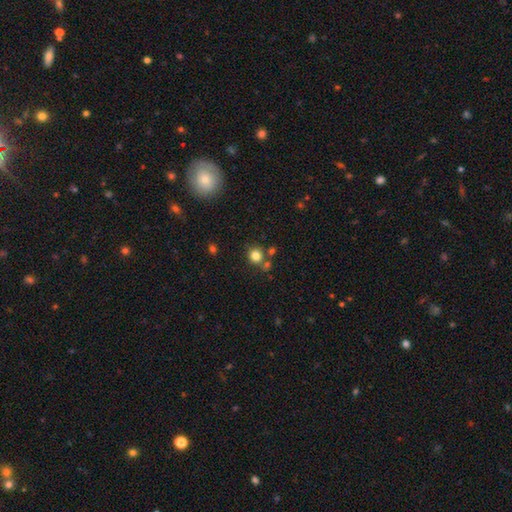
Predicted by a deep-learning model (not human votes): Overall: smooth (81%). How rounded: round (87%). Merging: none (70%).